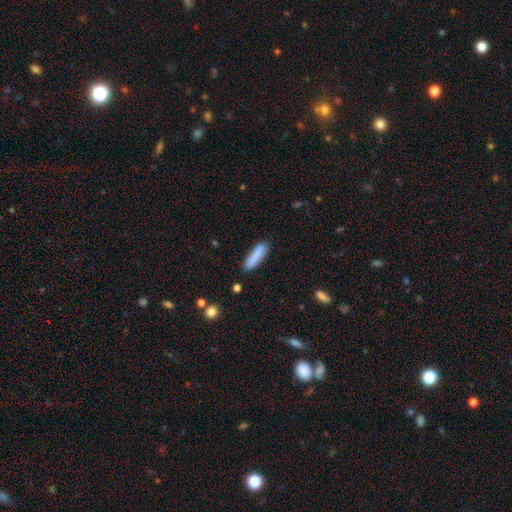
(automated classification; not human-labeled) A smooth galaxy with no disk features (85%) that is cigar-shaped (75%). Merging: none (84%).